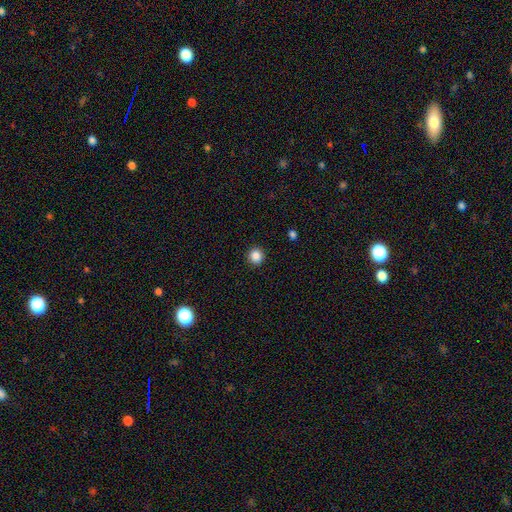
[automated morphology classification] A smooth galaxy with no disk features (86%) that is round (94%).

Vote fractions:
- Smooth or featured? smooth: 86% / star or artifact: 10% / featured or disk: 3%
- How rounded? round: 94% / in between: 5% / cigar-shaped: 1%
- Merging? none: 93% / minor disturbance: 5% / major disturbance: 2% / merger: 1%